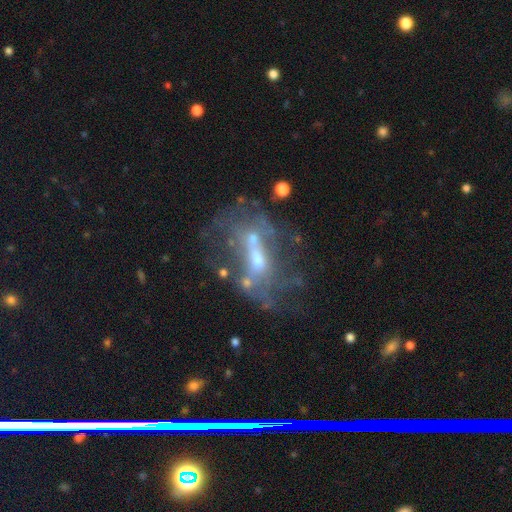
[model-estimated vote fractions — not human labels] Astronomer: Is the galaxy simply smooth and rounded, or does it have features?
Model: featured or disk — 68%.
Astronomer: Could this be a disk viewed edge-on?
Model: no — 90%.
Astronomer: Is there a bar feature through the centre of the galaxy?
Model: no — 50% (runner-up: weak, 31%).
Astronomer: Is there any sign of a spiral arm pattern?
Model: no — 68%.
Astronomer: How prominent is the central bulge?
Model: small — 50% (runner-up: moderate, 36%).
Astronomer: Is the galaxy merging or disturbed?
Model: none — 41% (runner-up: major disturbance, 26%).